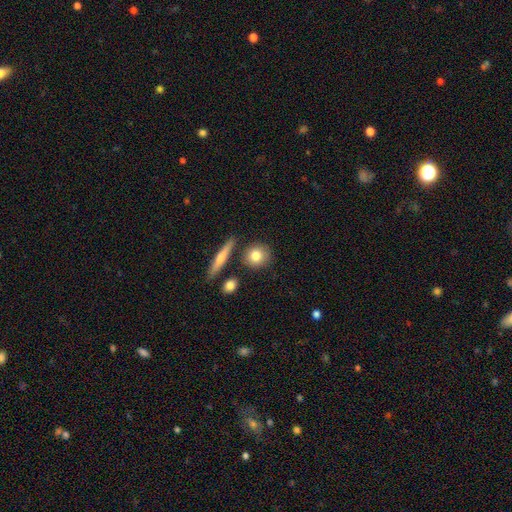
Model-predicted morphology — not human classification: type=smooth (79%); roundness=round (78%); merging=none (80%).